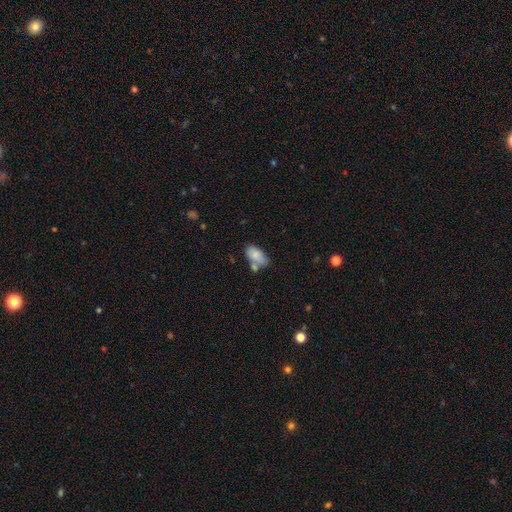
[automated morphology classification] A smooth galaxy with no disk features (79%) that is in between round and cigar-shaped (93%). Merging: none (46%).